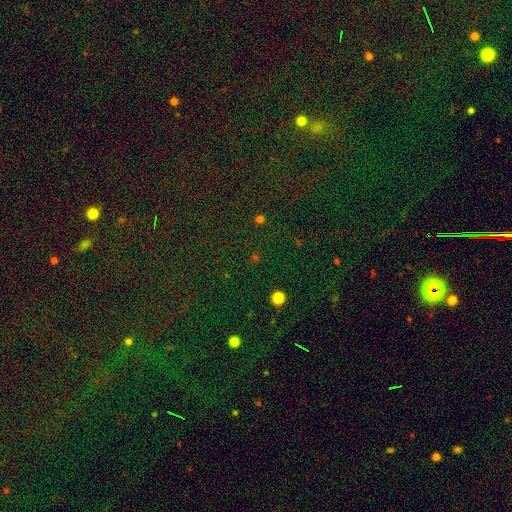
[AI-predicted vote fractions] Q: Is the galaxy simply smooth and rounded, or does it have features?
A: star or artifact — 77%.